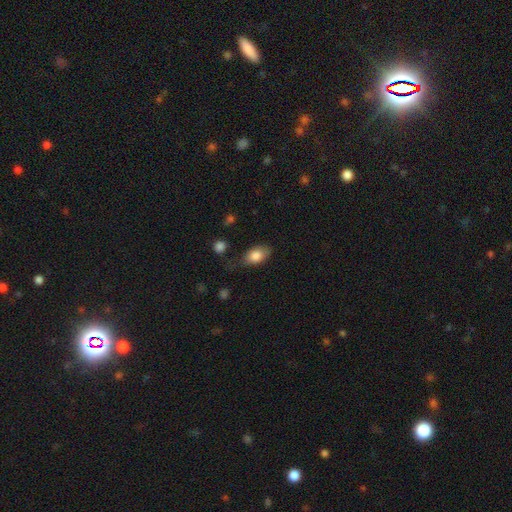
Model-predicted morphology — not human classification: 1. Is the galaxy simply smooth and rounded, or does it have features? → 82% smooth, 11% featured or disk, 7% star or artifact.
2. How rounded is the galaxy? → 90% in between, 7% round, 3% cigar-shaped.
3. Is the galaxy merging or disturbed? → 65% none, 24% minor disturbance, 8% major disturbance, 3% merger.